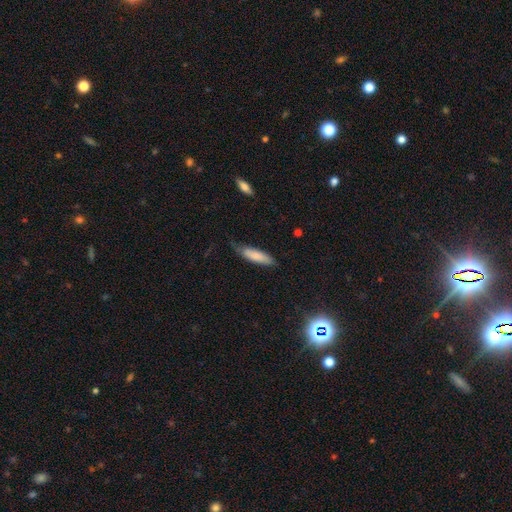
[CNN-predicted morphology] A smooth galaxy with no disk features (78%) that is cigar-shaped (62%).

Vote fractions:
- Smooth or featured? smooth: 78% / featured or disk: 16% / star or artifact: 6%
- How rounded? cigar-shaped: 62% / in between: 37% / round: 1%
- Merging? none: 60% / minor disturbance: 30% / major disturbance: 8% / merger: 2%